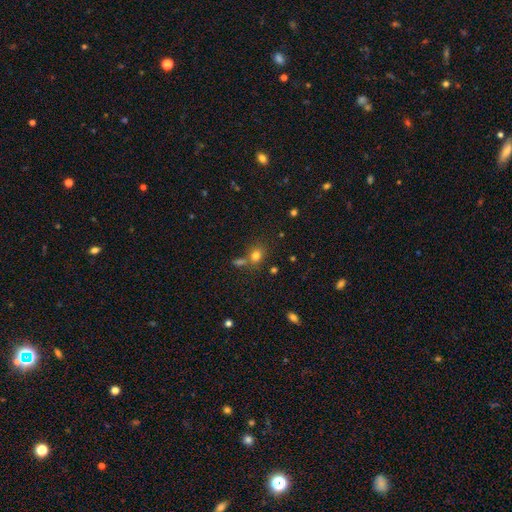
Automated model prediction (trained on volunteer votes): Q: Smooth or featured?
A: smooth (76%); runner-up: star or artifact (16%)
Q: How rounded?
A: round (53%); runner-up: in between (46%)
Q: Merging?
A: none (63%); runner-up: merger (20%)